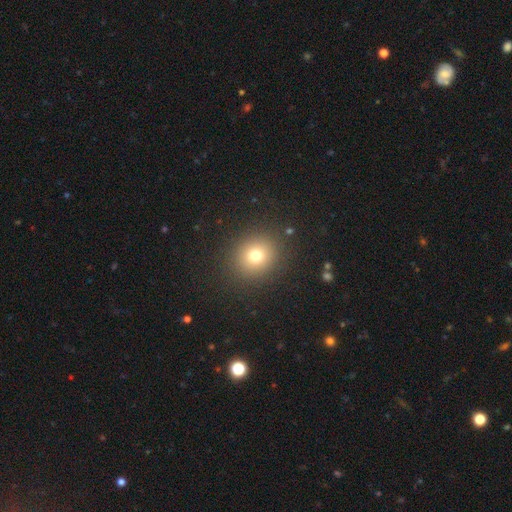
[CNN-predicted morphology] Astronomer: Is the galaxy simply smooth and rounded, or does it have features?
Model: smooth — 74%.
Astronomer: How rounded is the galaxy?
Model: round — 83%.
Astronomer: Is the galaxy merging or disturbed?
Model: none — 89%.